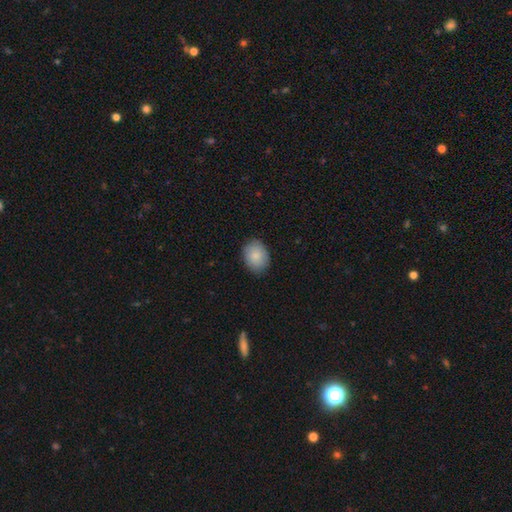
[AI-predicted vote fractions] The model was most divided on "how rounded": in between: 62%, round: 37%, cigar-shaped: 1%. More confident: smooth or featured — smooth (87%); merging — none (86%).